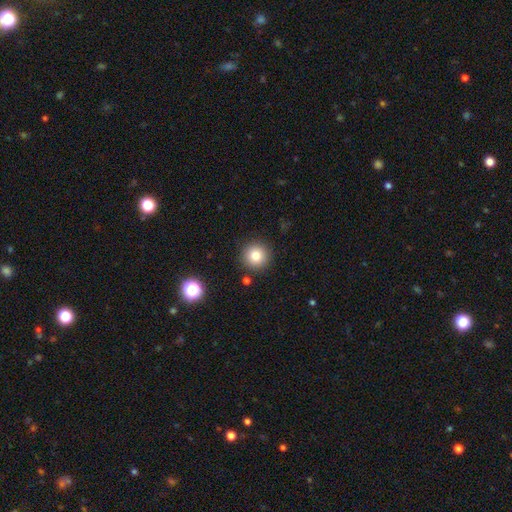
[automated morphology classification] A smooth galaxy with no disk features (80%) that is round (95%).

Vote fractions:
- Smooth or featured? smooth: 80% / star or artifact: 12% / featured or disk: 8%
- How rounded? round: 95% / in between: 4% / cigar-shaped: 1%
- Merging? none: 89% / minor disturbance: 6% / merger: 2% / major disturbance: 2%